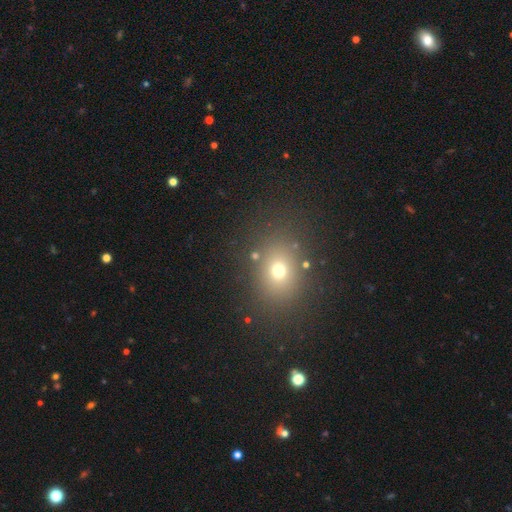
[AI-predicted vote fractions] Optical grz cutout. It shows a smooth galaxy with no disk features (67%) that is round (53%). Merging: none (83%).